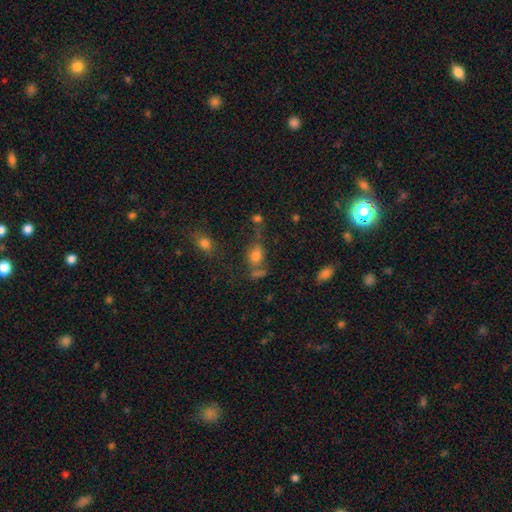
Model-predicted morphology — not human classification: Smooth or featured? smooth (73%)
How rounded? in between (66%)
Merging? none (48%)